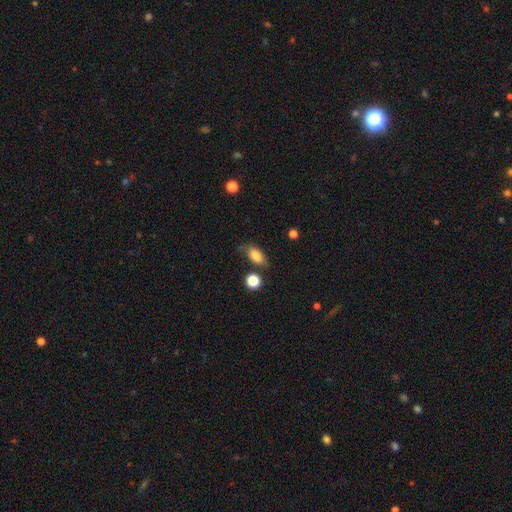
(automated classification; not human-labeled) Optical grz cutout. It shows a smooth galaxy with no disk features (79%) that is in between round and cigar-shaped (87%). Merging: none (57%).